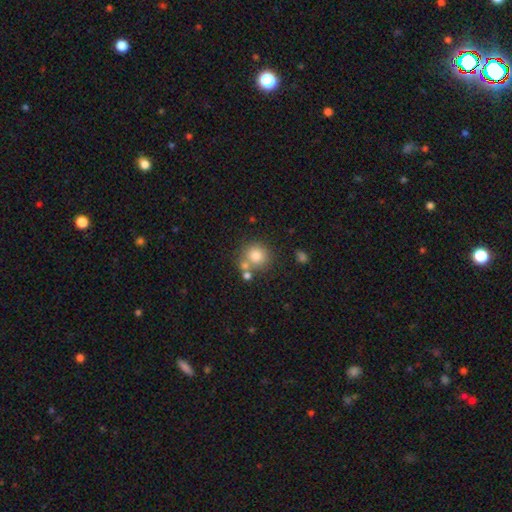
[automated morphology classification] A smooth galaxy with no disk features (78%) that is round (90%).

Vote fractions:
- Smooth or featured? smooth: 78% / star or artifact: 11% / featured or disk: 11%
- How rounded? round: 90% / in between: 9% / cigar-shaped: 1%
- Merging? none: 66% / merger: 19% / minor disturbance: 11% / major disturbance: 4%